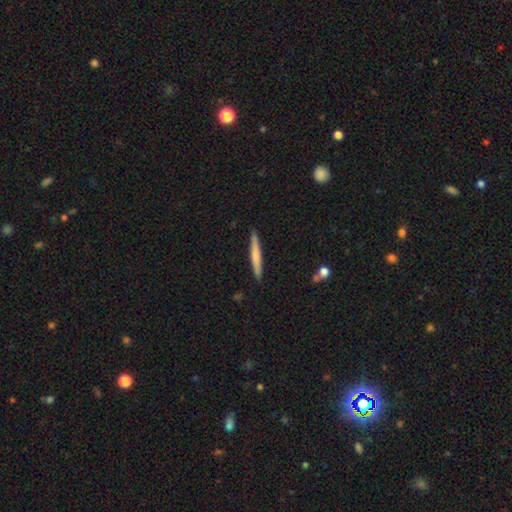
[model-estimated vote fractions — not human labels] A smooth galaxy with no disk features (61%) that is cigar-shaped (96%). Merging: none (90%).